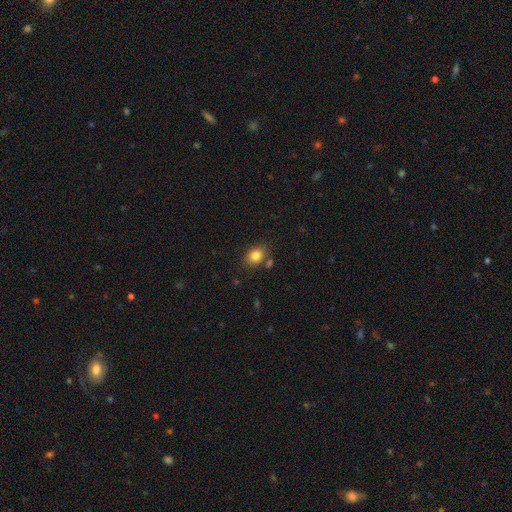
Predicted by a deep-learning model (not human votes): A smooth galaxy with no disk features (83%) that is in between round and cigar-shaped (63%).

Vote fractions:
- Smooth or featured? smooth: 83% / star or artifact: 10% / featured or disk: 7%
- How rounded? in between: 63% / round: 36% / cigar-shaped: 1%
- Merging? none: 76% / minor disturbance: 13% / merger: 8% / major disturbance: 3%